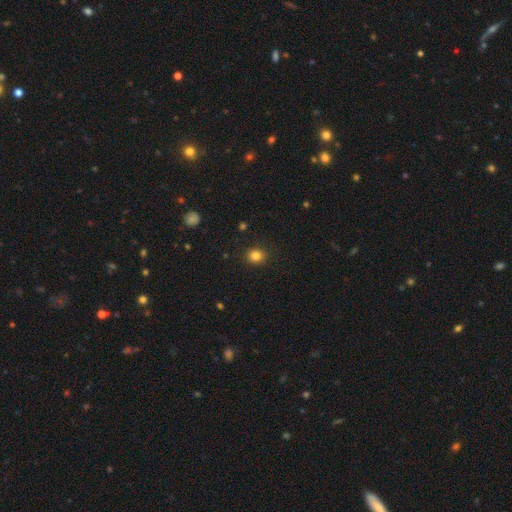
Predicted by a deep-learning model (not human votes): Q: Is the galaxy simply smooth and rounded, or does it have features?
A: smooth — 83%.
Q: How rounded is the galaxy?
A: round — 79%.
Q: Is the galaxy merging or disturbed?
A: none — 90%.